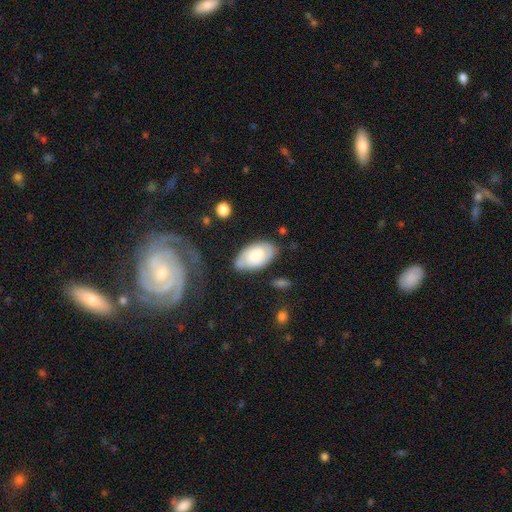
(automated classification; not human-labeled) smooth-or-featured: smooth: 56% | featured or disk: 37% | star or artifact: 7%
  how-rounded: in between: 94% | round: 4% | cigar-shaped: 2%
  merging: none: 69% | minor disturbance: 21% | major disturbance: 6% | merger: 4%